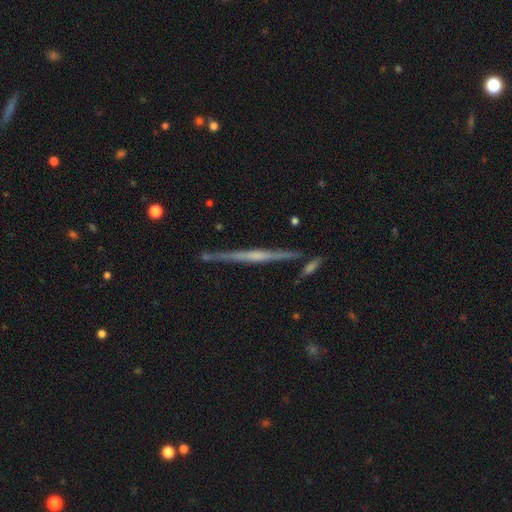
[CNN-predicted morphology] smooth_or_featured: featured or disk (p=0.76) [alt: smooth p=0.18]
disk_edge_on: yes (p=0.98) [alt: no p=0.02]
edge_on_bulge: none (p=0.42) [tied with: rounded p=0.42]
merging: none (p=0.84) [alt: minor disturbance p=0.10]